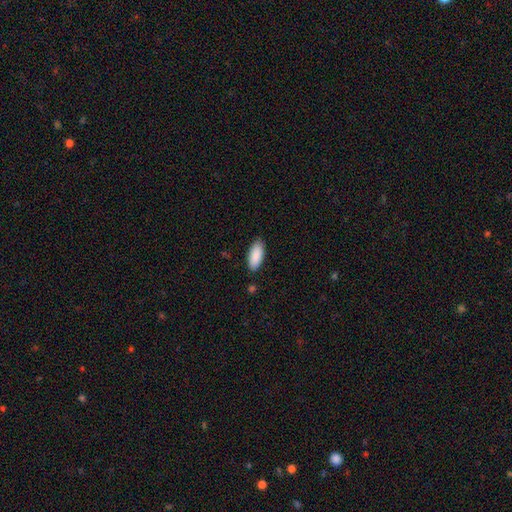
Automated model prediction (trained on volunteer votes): smooth 90%, star or artifact 6%, featured or disk 4%. Down the decision tree: how rounded — in between (86%); merging — none (87%).